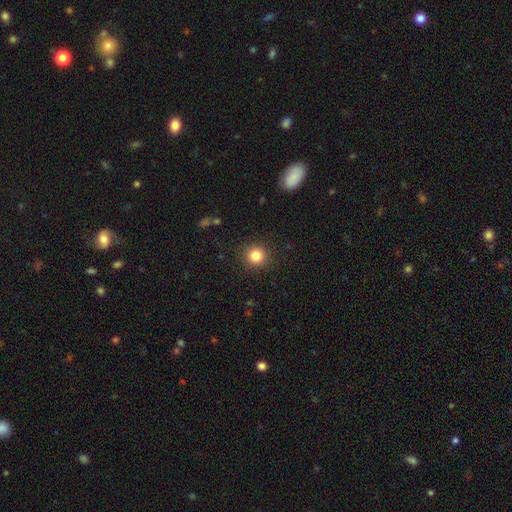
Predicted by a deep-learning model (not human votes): Smooth or featured?
  - smooth: 83% *
  - star or artifact: 11%
  - featured or disk: 5%
How rounded?
  - round: 93% *
  - in between: 6%
  - cigar-shaped: 1%
Merging?
  - none: 91% *
  - minor disturbance: 6%
  - major disturbance: 2%
  - merger: 1%